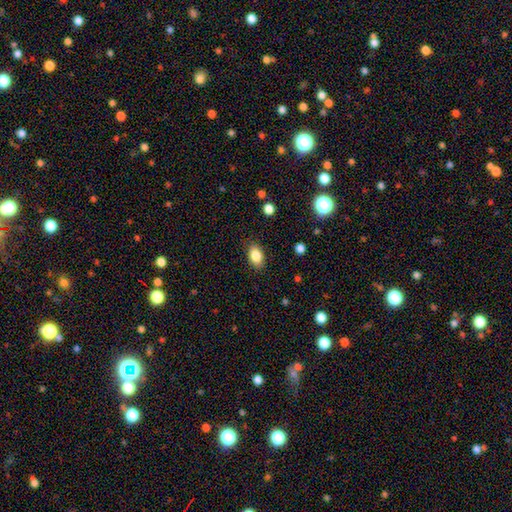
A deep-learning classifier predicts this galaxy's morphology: type=smooth (85%); roundness=in between (87%); merging=none (86%).